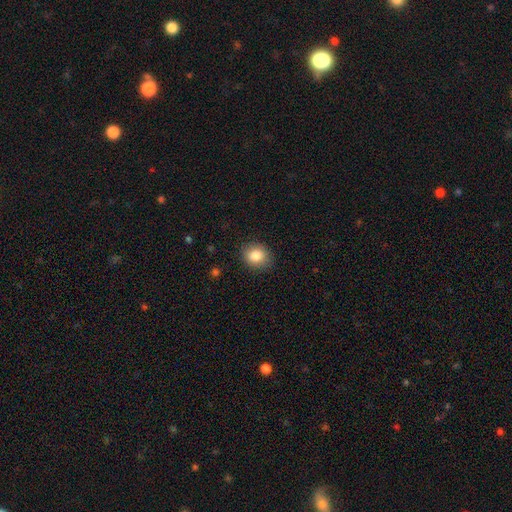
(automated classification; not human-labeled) This appears to be a smooth galaxy with no disk features (85%) that is round (63%). Merging: none (86%).